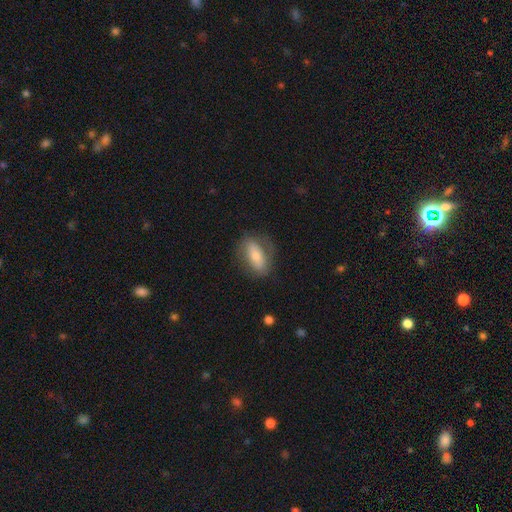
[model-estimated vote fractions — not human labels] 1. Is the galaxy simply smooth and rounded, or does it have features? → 57% smooth, 36% featured or disk, 7% star or artifact.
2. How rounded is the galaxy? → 82% in between, 12% cigar-shaped, 6% round.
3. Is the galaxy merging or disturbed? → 72% none, 18% minor disturbance, 8% major disturbance, 1% merger.